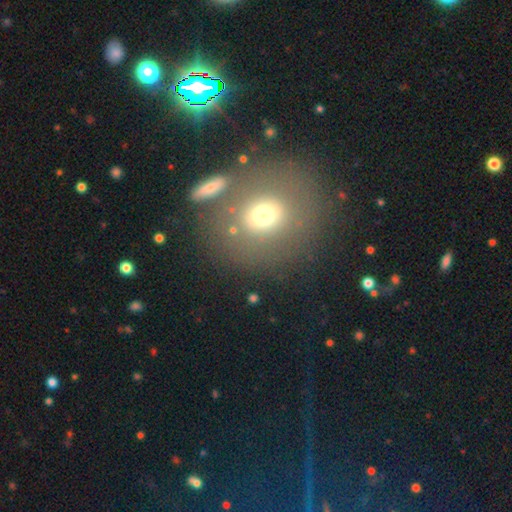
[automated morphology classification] type=smooth (49%); merging=none (74%).